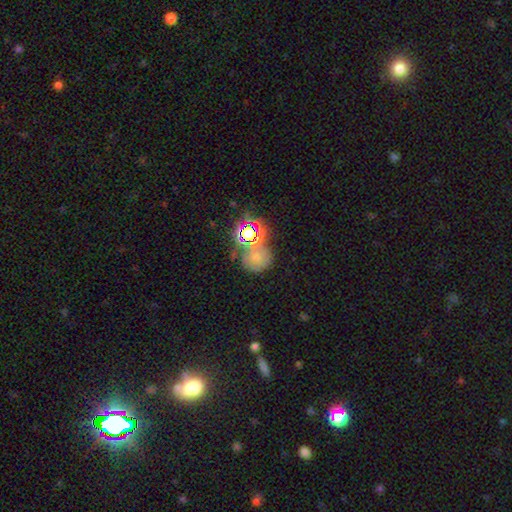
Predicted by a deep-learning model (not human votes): A smooth galaxy with no disk features (43%).

Vote fractions:
- Smooth or featured? smooth: 43% / star or artifact: 35% / featured or disk: 21%
- Merging? none: 52% / merger: 24% / minor disturbance: 15% / major disturbance: 9%